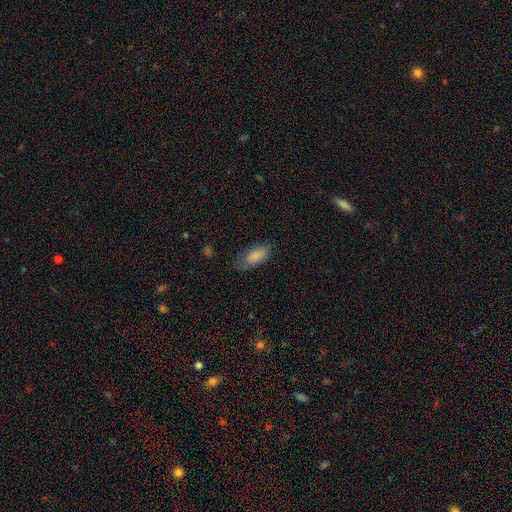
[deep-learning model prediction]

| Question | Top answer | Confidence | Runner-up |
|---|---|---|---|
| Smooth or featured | smooth | 81% | featured or disk (12%) |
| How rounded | in between | 89% | cigar-shaped (9%) |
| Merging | none | 56% | minor disturbance (30%) |